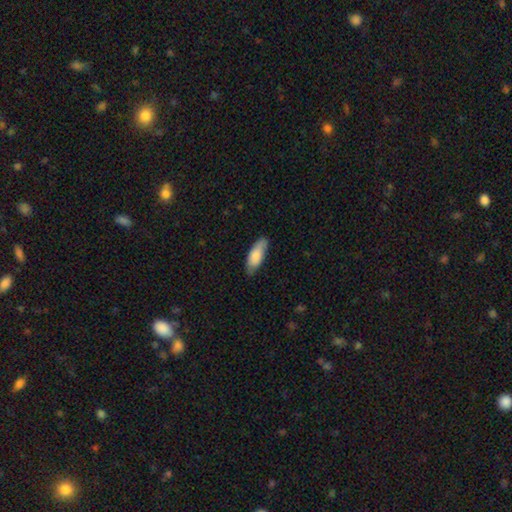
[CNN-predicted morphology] smooth 83%, featured or disk 12%, star or artifact 5%. Down the decision tree: how rounded — in between (72%); merging — none (72%).